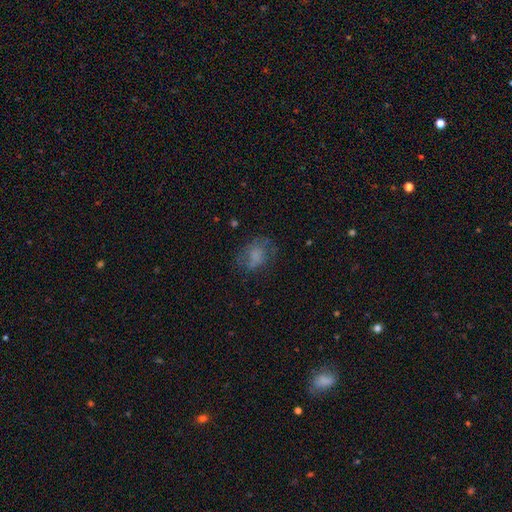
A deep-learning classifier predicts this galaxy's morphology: smooth 58%, featured or disk 29%, star or artifact 13%. Down the decision tree: how rounded — in between (59%); merging — none (56%).